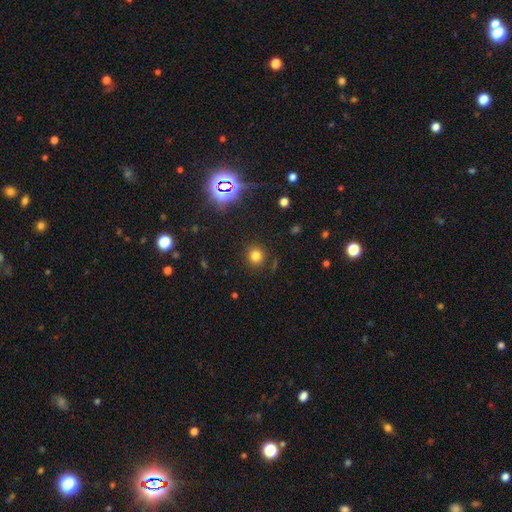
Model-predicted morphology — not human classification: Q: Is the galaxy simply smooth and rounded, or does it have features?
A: smooth — 77%.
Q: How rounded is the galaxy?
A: round — 89%.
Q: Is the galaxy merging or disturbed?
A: none — 88%.